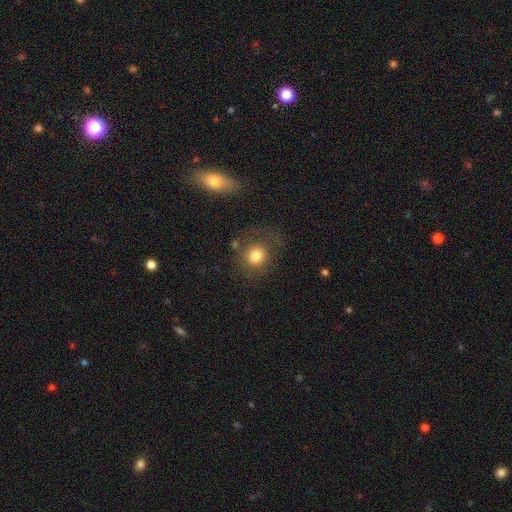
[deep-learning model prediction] This appears to be a smooth galaxy with no disk features (80%) that is round (80%). Merging: none (69%).